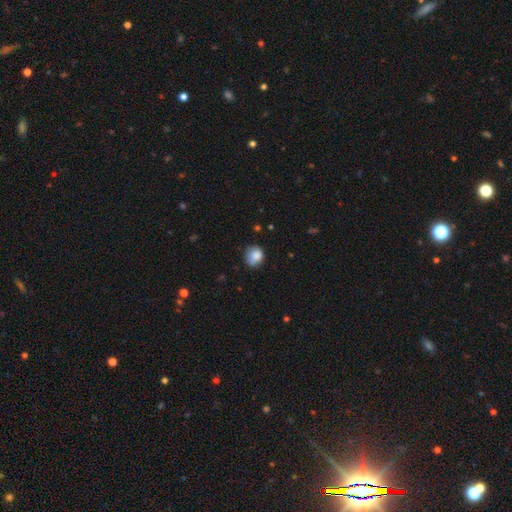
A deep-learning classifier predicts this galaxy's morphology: This is clearly a smooth galaxy (83%). How rounded: likely round (70%). Merging: likely none (63%).